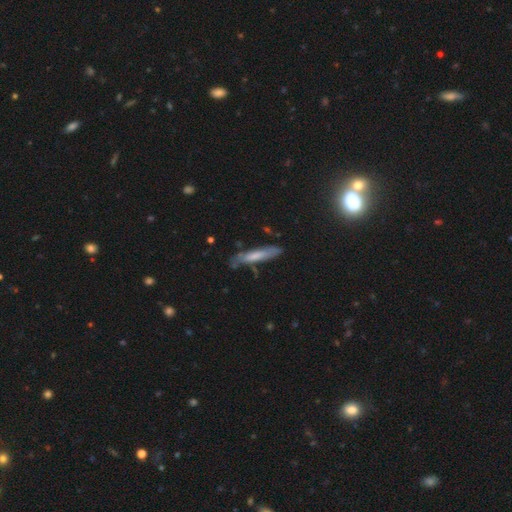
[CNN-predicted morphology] Overall: smooth (57%; featured or disk 36%). How rounded: cigar-shaped (88%). Merging: none (73%).